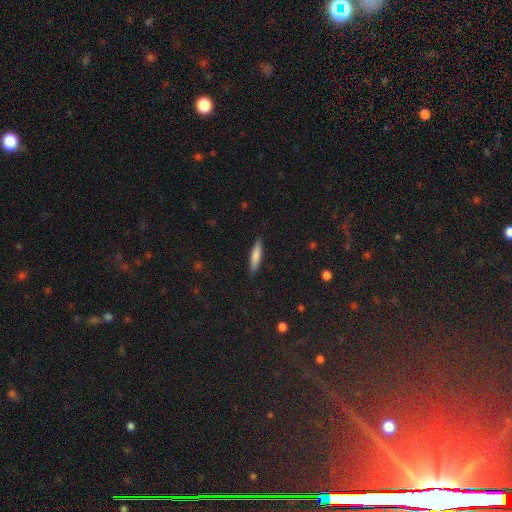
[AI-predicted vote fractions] smooth 76%, featured or disk 18%, star or artifact 6%. Down the decision tree: how rounded — cigar-shaped (84%); merging — none (89%).